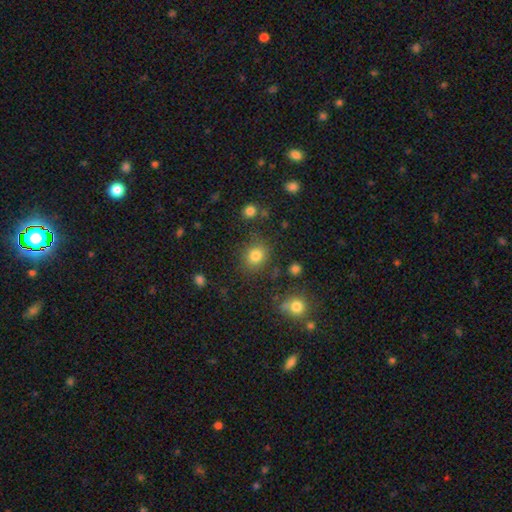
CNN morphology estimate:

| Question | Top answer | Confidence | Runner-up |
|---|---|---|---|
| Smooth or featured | smooth | 80% | star or artifact (14%) |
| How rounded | round | 71% | in between (28%) |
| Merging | none | 81% | minor disturbance (11%) |